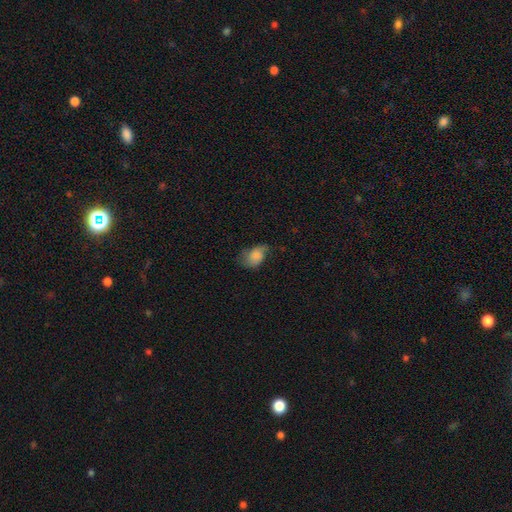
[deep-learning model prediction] A smooth galaxy with no disk features (76%) that is in between round and cigar-shaped (84%). Merging: none (47%).